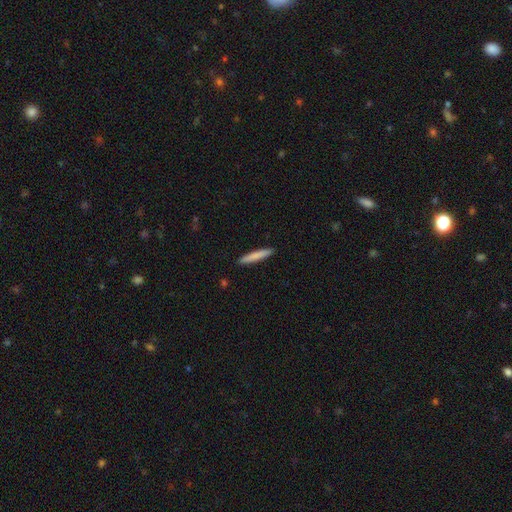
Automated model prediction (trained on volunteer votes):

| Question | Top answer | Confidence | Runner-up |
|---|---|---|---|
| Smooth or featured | smooth | 81% | featured or disk (13%) |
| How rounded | cigar-shaped | 94% | in between (5%) |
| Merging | none | 92% | minor disturbance (5%) |